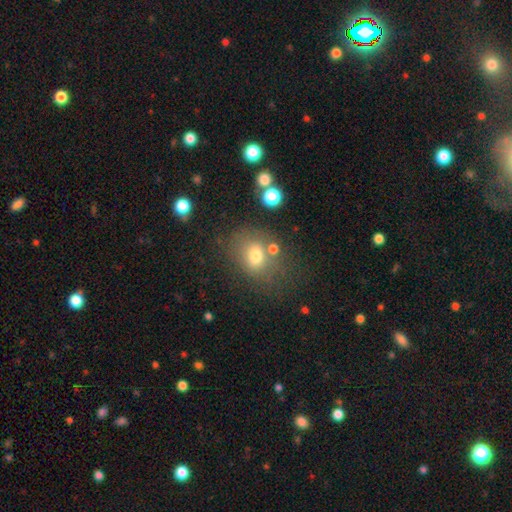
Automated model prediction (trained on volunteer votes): The model was most divided on "how rounded": in between: 54%, round: 45%, cigar-shaped: 1%. More confident: smooth or featured — smooth (70%); merging — none (60%).